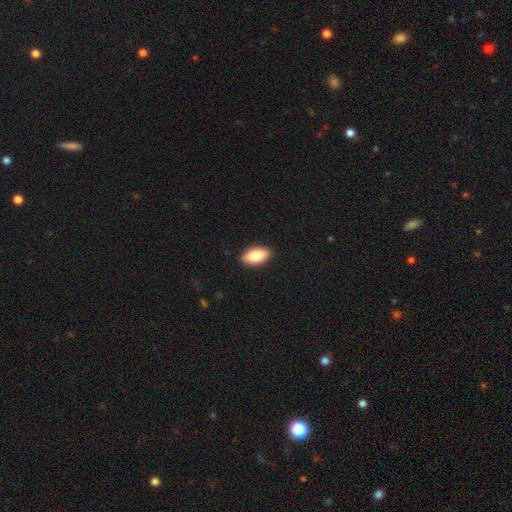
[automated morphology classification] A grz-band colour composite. It shows a smooth galaxy with no disk features (85%) that is in between round and cigar-shaped (91%). Merging: none (90%).